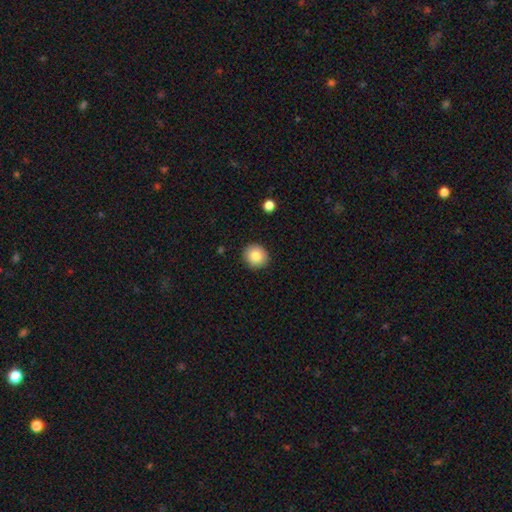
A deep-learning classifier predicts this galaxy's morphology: Overall: smooth (84%). How rounded: round (89%). Merging: none (91%).